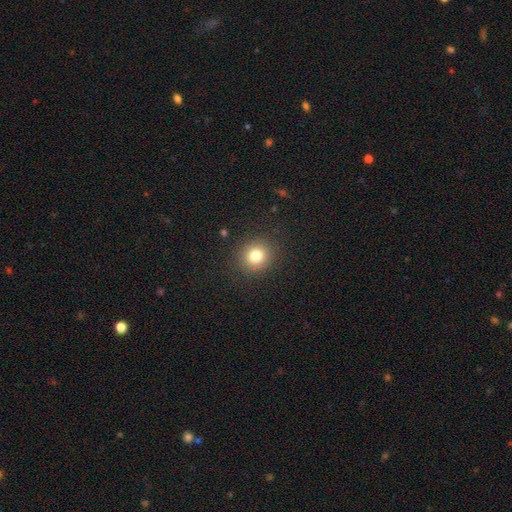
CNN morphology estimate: smooth_or_featured: smooth (p=0.79) [alt: star or artifact p=0.13]
how_rounded: round (p=0.87) [alt: in between p=0.12]
merging: none (p=0.89) [alt: minor disturbance p=0.07]